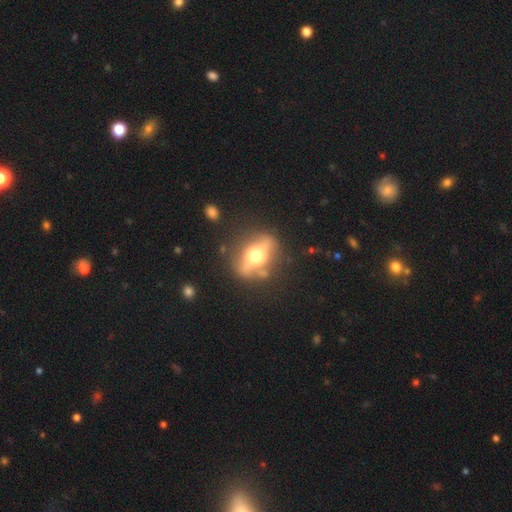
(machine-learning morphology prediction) Q: Smooth or featured?
A: featured or disk (66%); runner-up: smooth (27%)
Q: Edge-on disk?
A: yes (57%); runner-up: no (43%)
Q: Merging?
A: none (75%); runner-up: minor disturbance (14%)